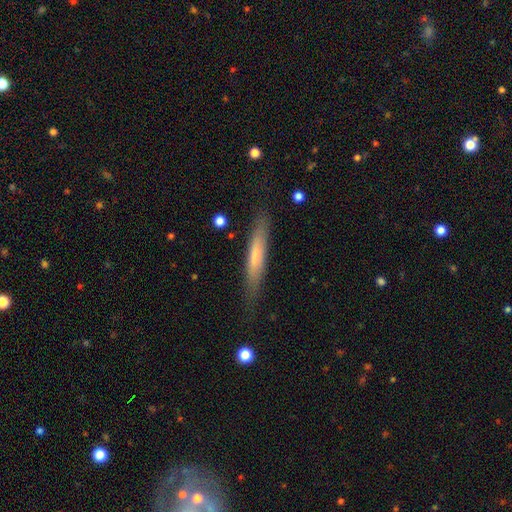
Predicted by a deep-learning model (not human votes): A smooth galaxy with no disk features (61%) that is cigar-shaped (91%). Merging: none (79%).